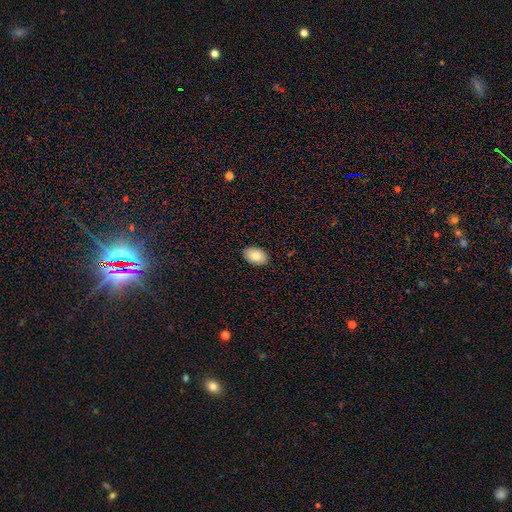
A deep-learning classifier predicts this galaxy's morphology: This appears to be a smooth galaxy with no disk features (78%) that is in between round and cigar-shaped (89%). Merging: none (90%).